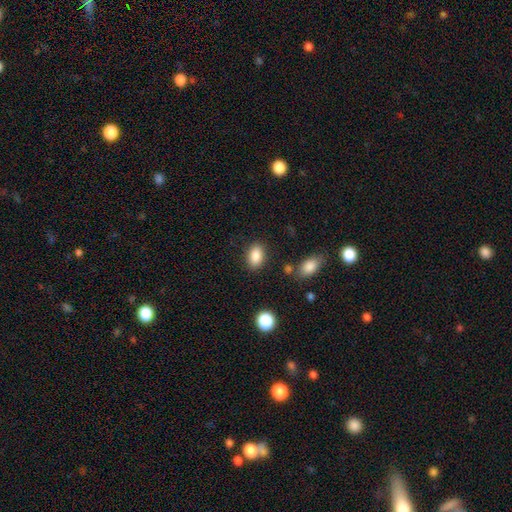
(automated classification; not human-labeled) smooth 87%, star or artifact 8%, featured or disk 5%. Down the decision tree: how rounded — in between (87%); merging — none (84%).